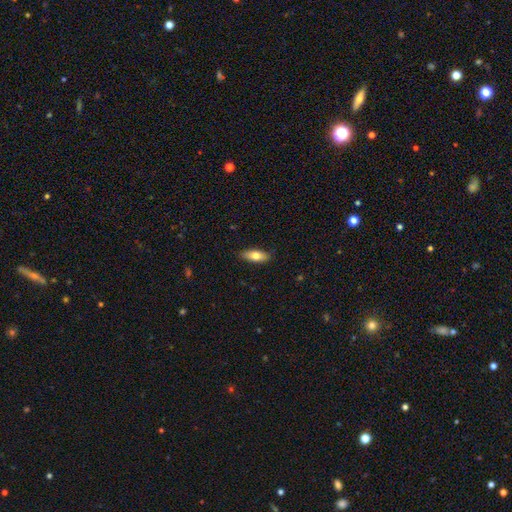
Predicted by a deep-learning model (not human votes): The model was most divided on "how rounded": in between: 72%, cigar-shaped: 25%, round: 3%. More confident: merging — none (85%); smooth or featured — smooth (71%).